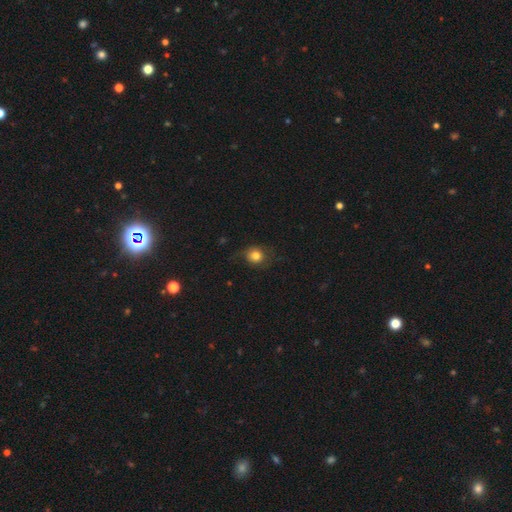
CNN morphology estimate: Smooth or featured: smooth — 78% (star or artifact — 11%)
How rounded: round — 80% (in between — 19%)
Merging: none — 69% (minor disturbance — 20%)